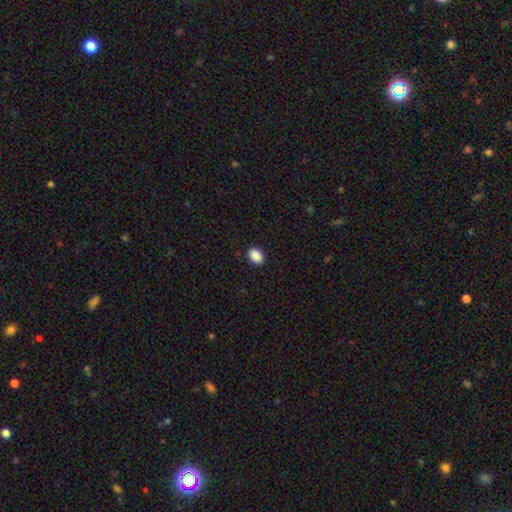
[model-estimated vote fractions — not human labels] A smooth galaxy with no disk features (90%) that is in between round and cigar-shaped (81%). Merging: none (90%).